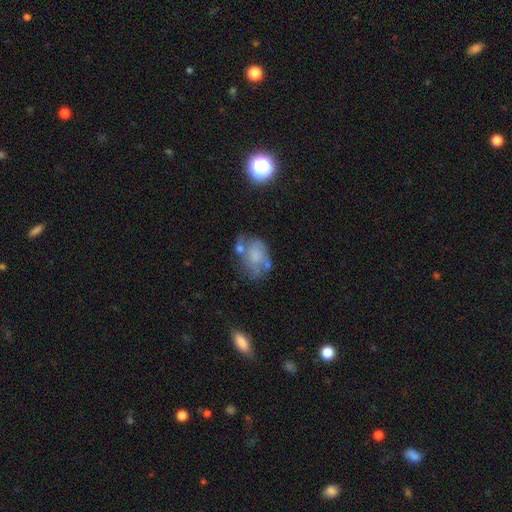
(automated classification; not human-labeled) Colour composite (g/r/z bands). It shows a smooth galaxy with no disk features (45%). Merging: none (39%).